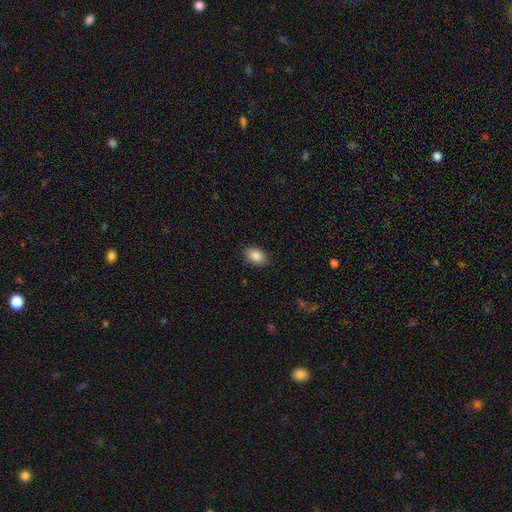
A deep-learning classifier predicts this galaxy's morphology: Smooth or featured?
  - smooth: 88% *
  - star or artifact: 8%
  - featured or disk: 4%
How rounded?
  - in between: 88% *
  - round: 11%
  - cigar-shaped: 1%
Merging?
  - none: 88% *
  - minor disturbance: 9%
  - major disturbance: 2%
  - merger: 1%